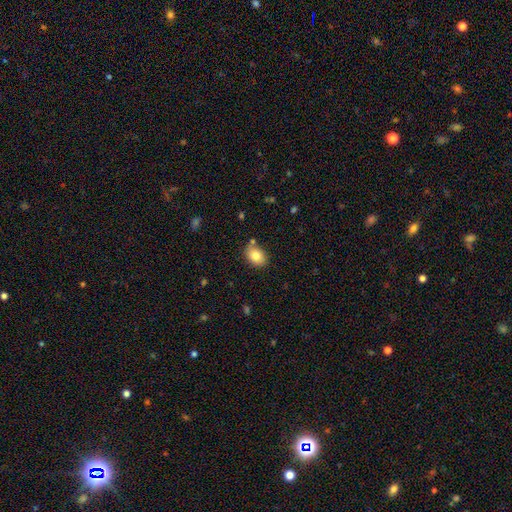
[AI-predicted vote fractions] Overall: smooth (80%). How rounded: in between (71%). Merging: none (79%).